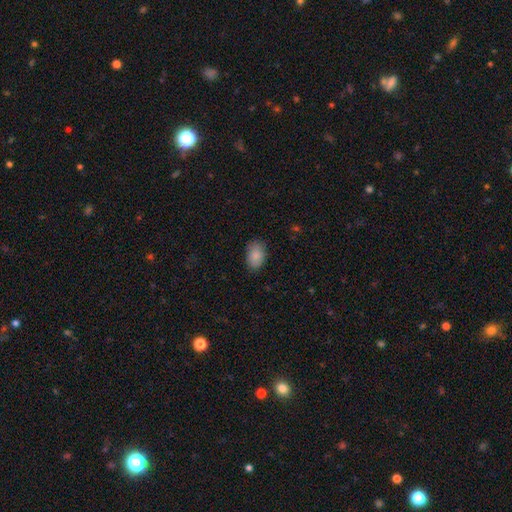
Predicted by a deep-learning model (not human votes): smooth_or_featured: smooth (p=0.88) [alt: star or artifact p=0.07]
how_rounded: in between (p=0.88) [alt: round p=0.11]
merging: none (p=0.83) [alt: minor disturbance p=0.13]